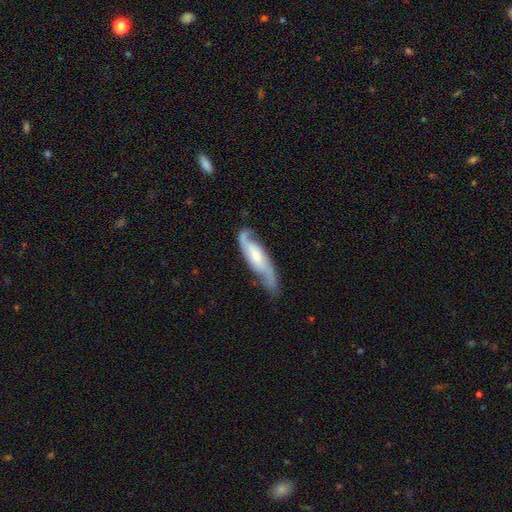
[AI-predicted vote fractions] Q: Smooth or featured?
A: featured or disk (78%); runner-up: smooth (17%)
Q: Edge-on disk?
A: no (80%); runner-up: yes (20%)
Q: Bar?
A: no (48%); runner-up: weak (35%)
Q: Spiral arms?
A: yes (94%); runner-up: no (6%)
Q: Spiral winding?
A: medium (42%); runner-up: loose (40%)
Q: Spiral arm count?
A: 2 (87%); runner-up: can't tell (6%)
Q: Bulge size?
A: small (44%); runner-up: moderate (43%)
Q: Merging?
A: none (70%); runner-up: minor disturbance (20%)